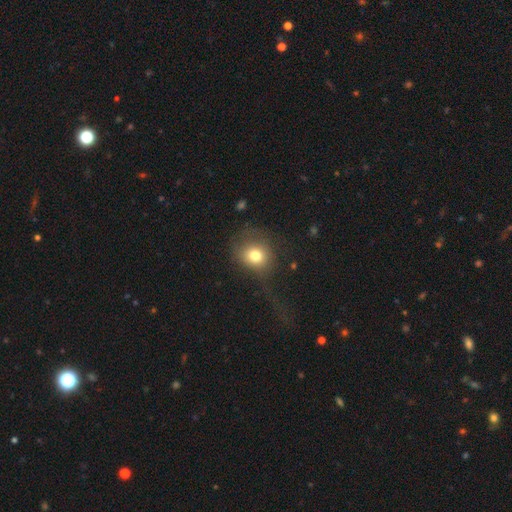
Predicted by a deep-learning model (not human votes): A smooth galaxy with no disk features (75%) that is round (75%). Merging: none (48%).